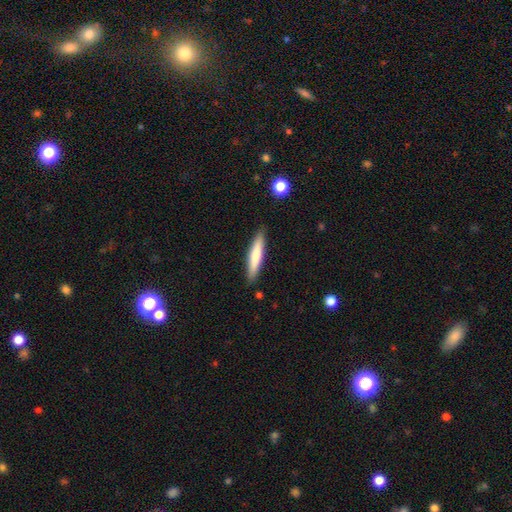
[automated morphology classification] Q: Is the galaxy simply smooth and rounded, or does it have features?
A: smooth — 66%.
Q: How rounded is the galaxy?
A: cigar-shaped — 88%.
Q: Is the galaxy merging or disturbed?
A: none — 88%.